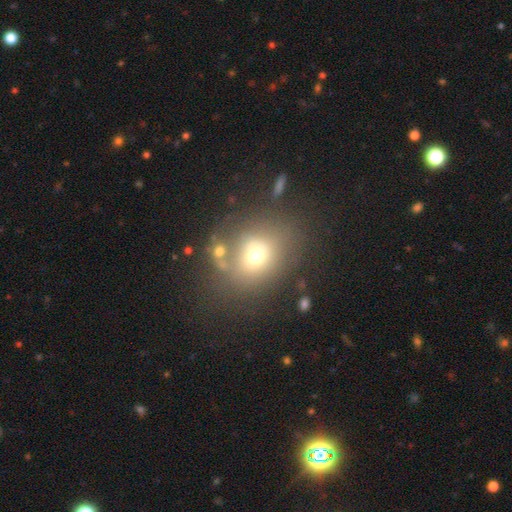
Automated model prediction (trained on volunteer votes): This appears to be a smooth galaxy with no disk features (64%) that is round (65%). Merging: none (53%).